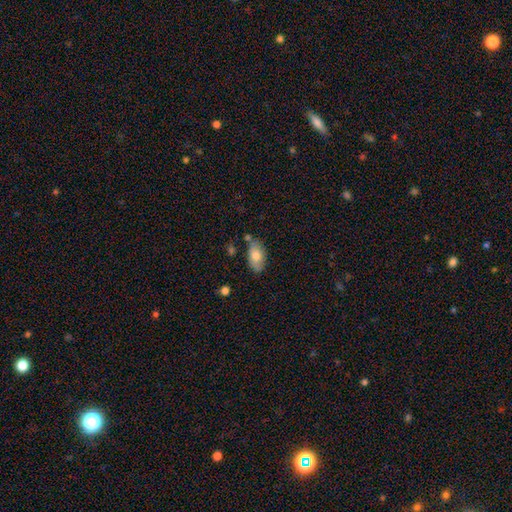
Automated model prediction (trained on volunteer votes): Morphology: type=smooth (76%); roundness=in between (93%); merging=none (73%).